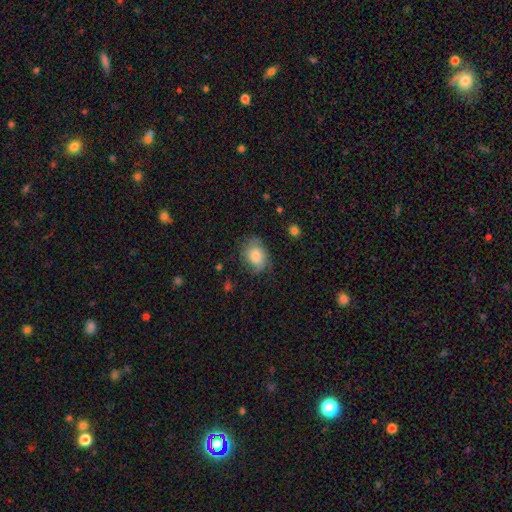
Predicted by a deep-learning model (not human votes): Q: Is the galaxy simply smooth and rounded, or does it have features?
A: smooth — 69%.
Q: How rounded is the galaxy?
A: in between — 61%.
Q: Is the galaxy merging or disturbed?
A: none — 62%.